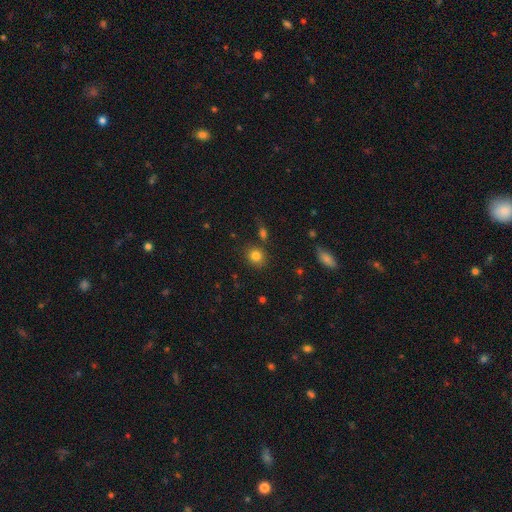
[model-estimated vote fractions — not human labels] Q: Smooth or featured?
A: smooth (81%); runner-up: star or artifact (12%)
Q: How rounded?
A: round (79%); runner-up: in between (20%)
Q: Merging?
A: none (80%); runner-up: minor disturbance (10%)